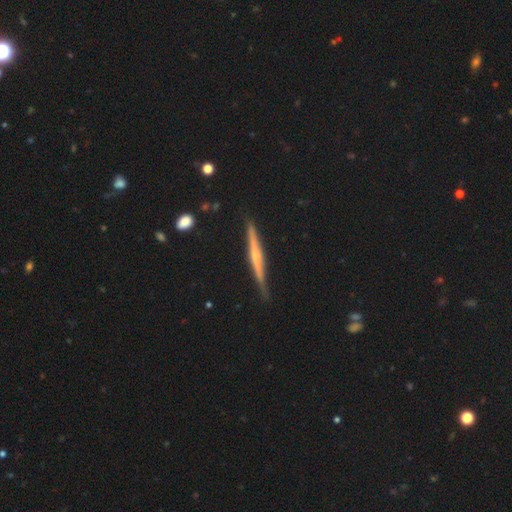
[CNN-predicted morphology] A featured or disk galaxy (72%) viewed edge-on (98%) with a rounded central bulge (61%). Merging: none (85%).